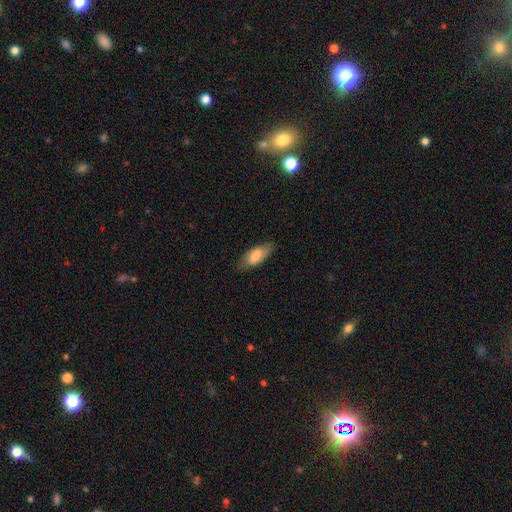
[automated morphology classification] type=smooth (78%); roundness=in between (80%); merging=none (79%).